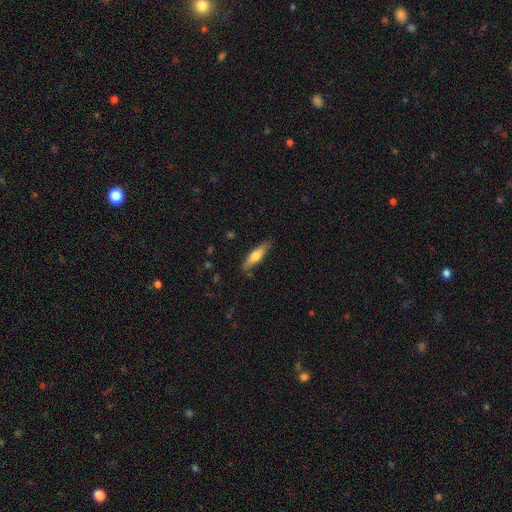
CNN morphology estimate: Overall: smooth (54%; featured or disk 40%). How rounded: cigar-shaped (72%). Merging: none (84%).